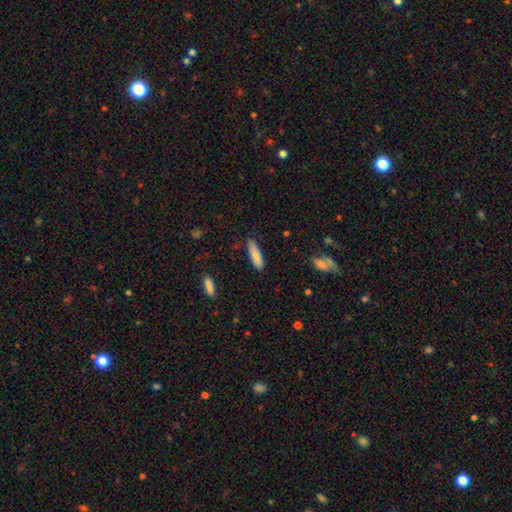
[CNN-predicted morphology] smooth_or_featured: smooth (p=0.80) [alt: featured or disk p=0.14]
how_rounded: cigar-shaped (p=0.64) [alt: in between p=0.34]
merging: none (p=0.83) [alt: minor disturbance p=0.13]